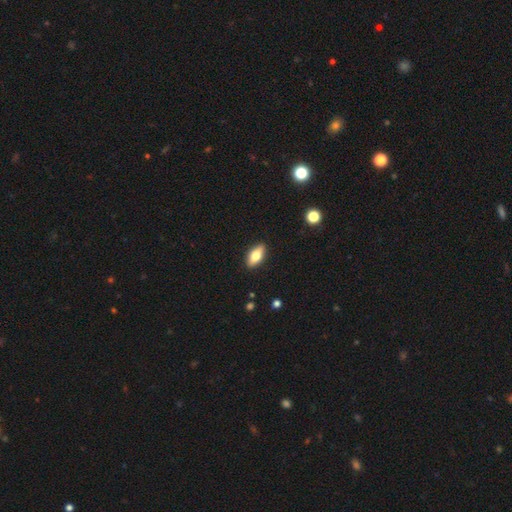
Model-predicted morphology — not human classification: smooth-or-featured: smooth: 68% | featured or disk: 25% | star or artifact: 7%
  how-rounded: in between: 83% | cigar-shaped: 13% | round: 4%
  merging: none: 89% | minor disturbance: 8% | major disturbance: 2% | merger: 1%